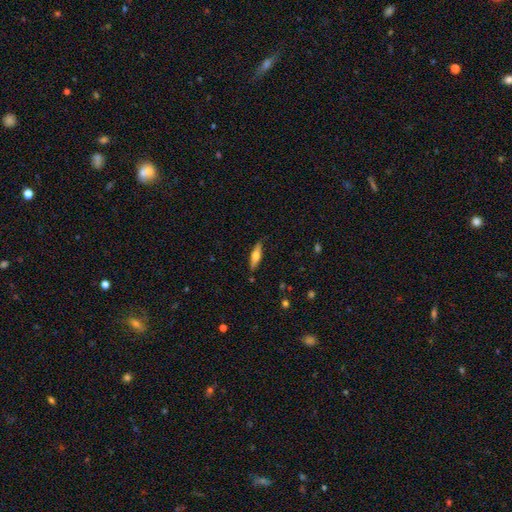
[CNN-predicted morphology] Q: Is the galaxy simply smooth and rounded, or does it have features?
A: smooth — 50%.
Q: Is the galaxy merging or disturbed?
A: none — 84%.